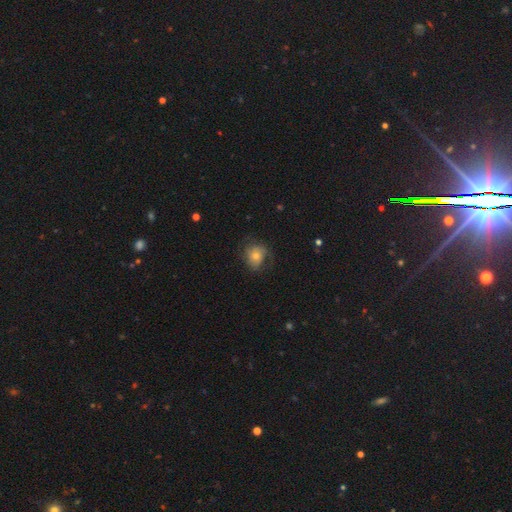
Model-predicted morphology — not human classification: This appears to be a smooth galaxy with no disk features (52%) that is round (72%). Merging: none (59%).